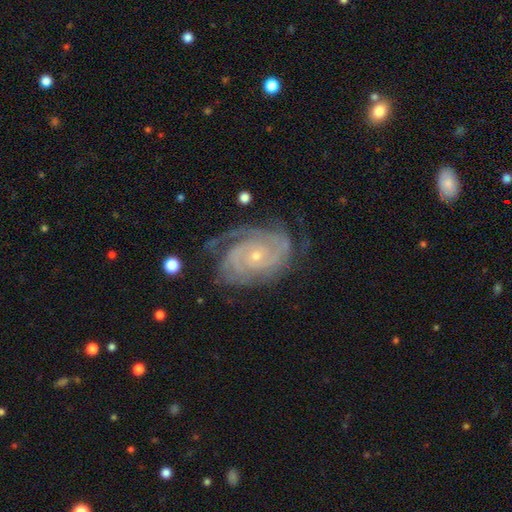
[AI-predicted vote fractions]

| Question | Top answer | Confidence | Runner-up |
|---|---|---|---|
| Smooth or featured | featured or disk | 90% | star or artifact (5%) |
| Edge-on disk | no | 97% | yes (3%) |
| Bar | no | 73% | weak (21%) |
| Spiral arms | yes | 98% | no (2%) |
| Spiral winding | tight | 75% | medium (22%) |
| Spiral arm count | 2 | 33% | 3 (26%) |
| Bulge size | small | 75% | moderate (22%) |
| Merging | none | 68% | minor disturbance (21%) |